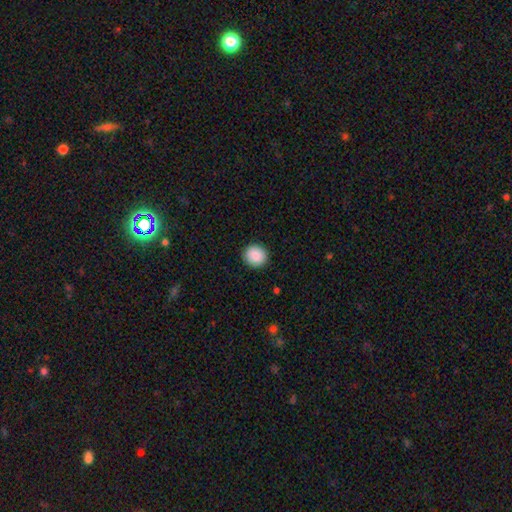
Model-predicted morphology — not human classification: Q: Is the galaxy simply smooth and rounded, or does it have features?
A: smooth — 89%.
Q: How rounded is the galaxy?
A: round — 89%.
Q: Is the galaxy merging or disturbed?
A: none — 92%.